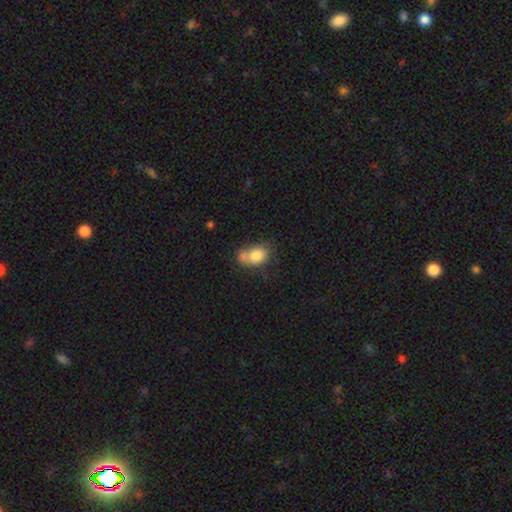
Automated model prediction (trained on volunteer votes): Morphology: type=smooth (78%); roundness=in between (75%); merging=merger (36%).